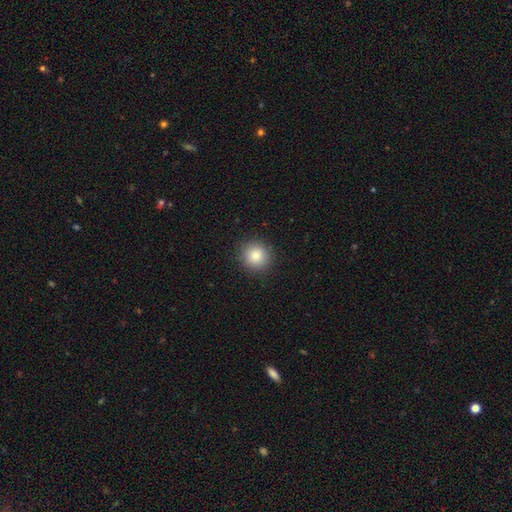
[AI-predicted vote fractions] Smooth or featured?
  - smooth: 85% *
  - star or artifact: 10%
  - featured or disk: 6%
How rounded?
  - round: 92% *
  - in between: 7%
  - cigar-shaped: 1%
Merging?
  - none: 91% *
  - minor disturbance: 6%
  - major disturbance: 2%
  - merger: 1%